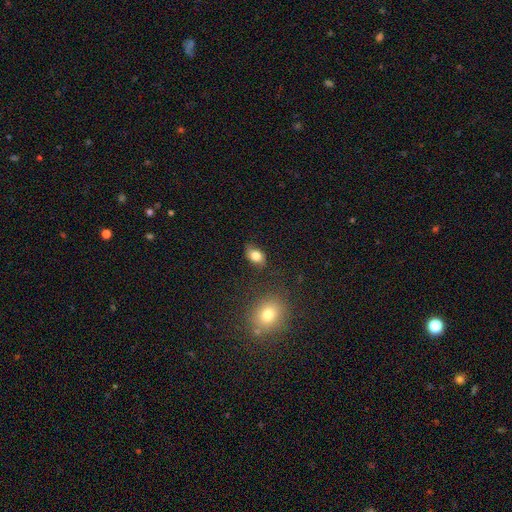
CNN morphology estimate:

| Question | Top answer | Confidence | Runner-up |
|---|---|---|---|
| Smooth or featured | smooth | 80% | featured or disk (10%) |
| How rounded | in between | 81% | round (17%) |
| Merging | none | 72% | minor disturbance (20%) |